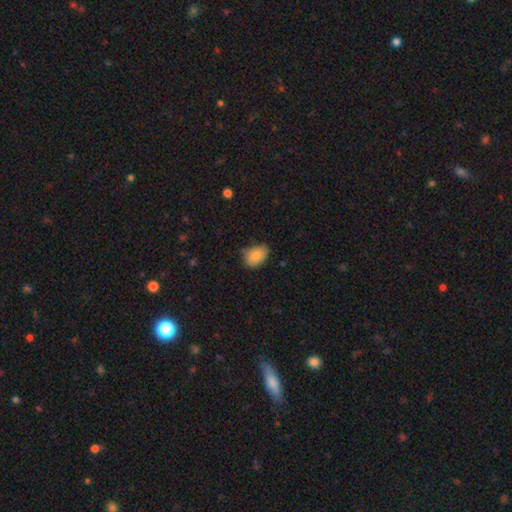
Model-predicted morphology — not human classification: Overall: smooth (85%). How rounded: in between (76%). Merging: none (72%).